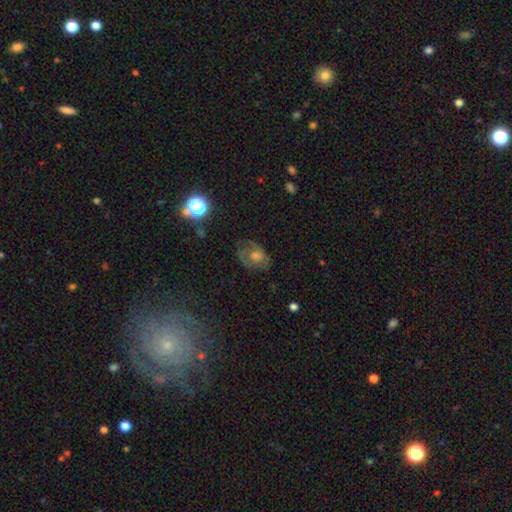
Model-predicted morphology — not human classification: Smooth or featured?
  - featured or disk: 45% *
  - smooth: 35%
  - star or artifact: 20%
Merging?
  - none: 61% *
  - minor disturbance: 21%
  - major disturbance: 15%
  - merger: 2%